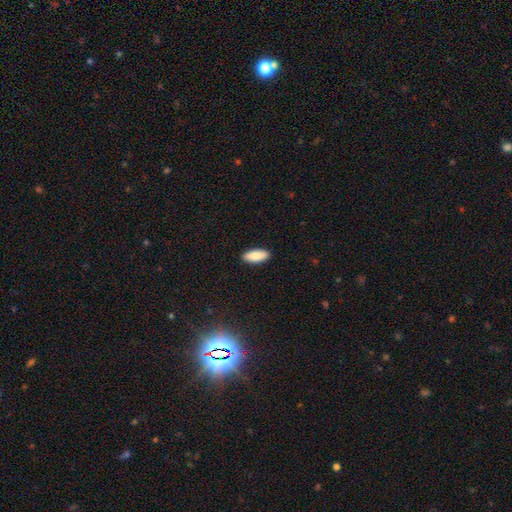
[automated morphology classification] This is clearly a smooth galaxy (87%). How rounded: clearly in between (85%). Merging: clearly none (90%).